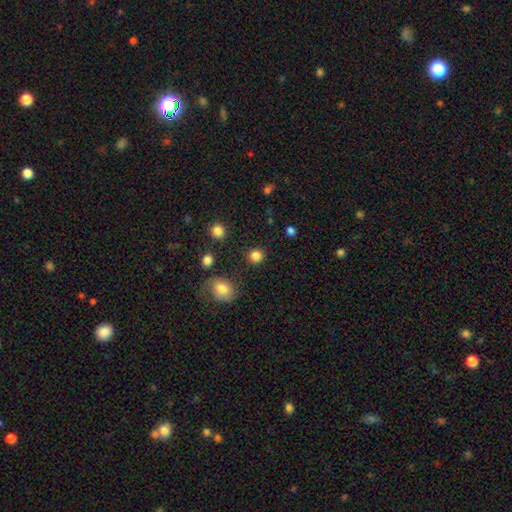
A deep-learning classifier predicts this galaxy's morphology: Smooth or featured? smooth (84%)
How rounded? round (91%)
Merging? none (88%)